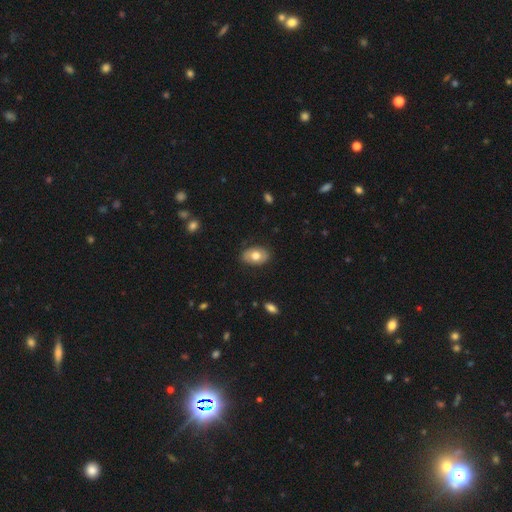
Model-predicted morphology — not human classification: Smooth or featured: smooth — 69% (featured or disk — 24%)
How rounded: in between — 85% (round — 14%)
Merging: none — 82% (minor disturbance — 14%)